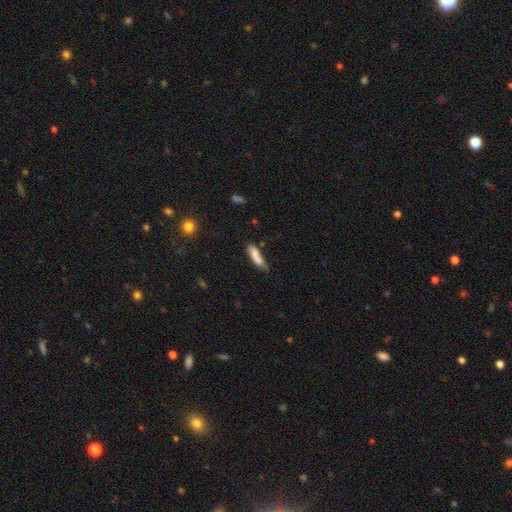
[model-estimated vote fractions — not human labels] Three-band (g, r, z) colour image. It shows a smooth galaxy with no disk features (75%) that is cigar-shaped (63%). Merging: none (45%).